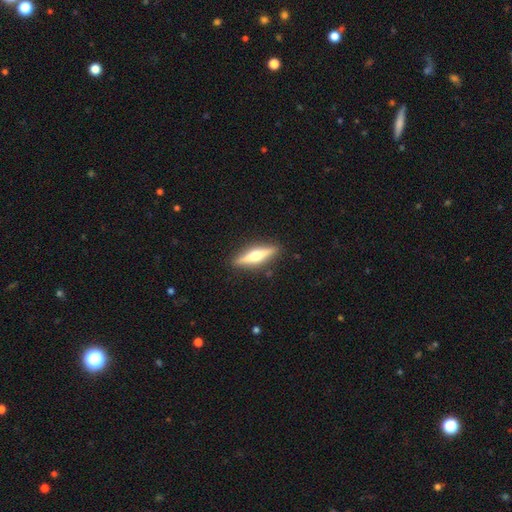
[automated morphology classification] A featured or disk galaxy (65%) viewed edge-on (96%) with a rounded central bulge (93%). Merging: none (90%).